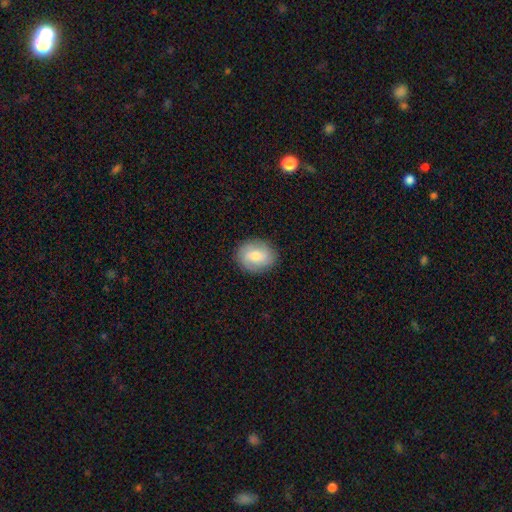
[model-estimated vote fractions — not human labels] This appears to be a smooth galaxy with no disk features (63%) that is in between round and cigar-shaped (50%). Merging: none (86%).